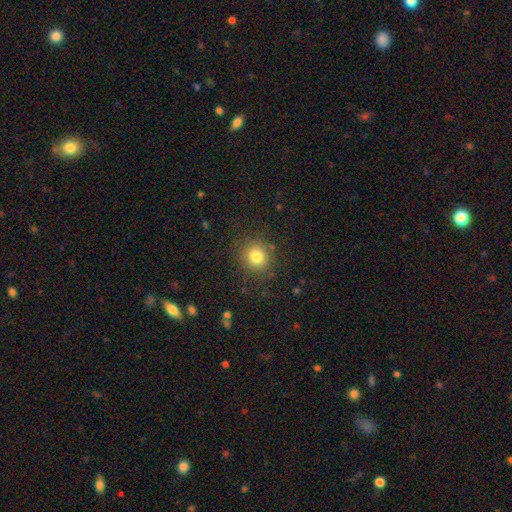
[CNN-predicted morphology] This appears to be a smooth galaxy with no disk features (80%) that is round (89%). Merging: none (86%).